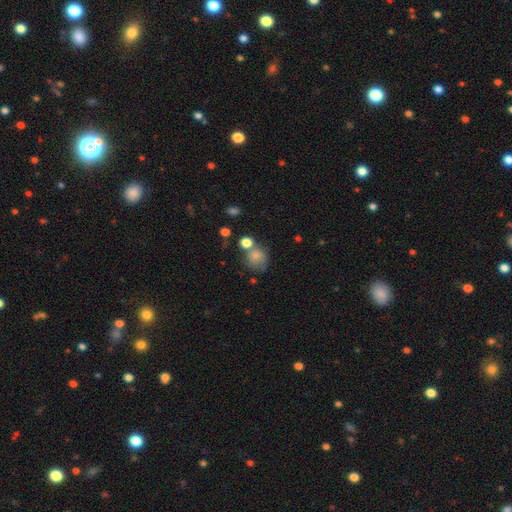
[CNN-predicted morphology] Smooth or featured? Predicted: smooth (p=0.76). How rounded? Predicted: round (p=0.74). Merging? Predicted: none (p=0.45).